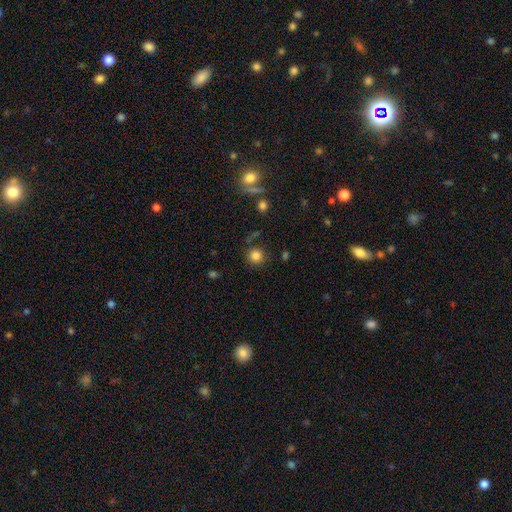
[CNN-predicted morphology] This is clearly a smooth galaxy (82%). How rounded: clearly round (92%). Merging: clearly none (81%).